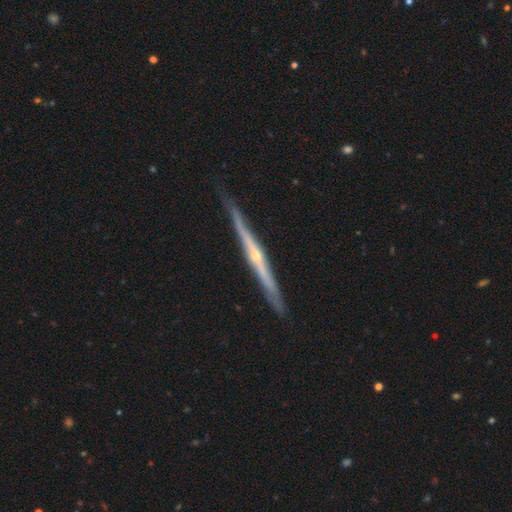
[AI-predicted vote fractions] A featured or disk galaxy (82%) viewed edge-on (97%) with a rounded central bulge (71%).

Vote fractions:
- Smooth or featured? featured or disk: 82% / smooth: 13% / star or artifact: 5%
- Edge-on disk? yes: 97% / no: 3%
- Edge-on bulge? rounded: 71% / none: 25% / boxy: 4%
- Merging? none: 85% / minor disturbance: 12% / major disturbance: 2% / merger: 1%